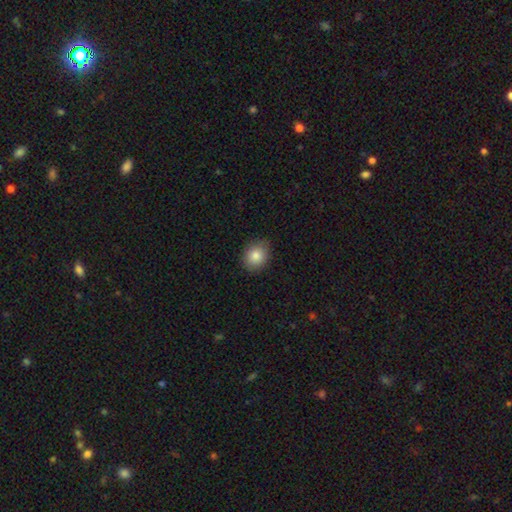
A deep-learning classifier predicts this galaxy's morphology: smooth-or-featured: smooth: 84% | star or artifact: 9% | featured or disk: 7%
  how-rounded: round: 54% | in between: 45% | cigar-shaped: 1%
  merging: none: 85% | minor disturbance: 12% | major disturbance: 2% | merger: 1%